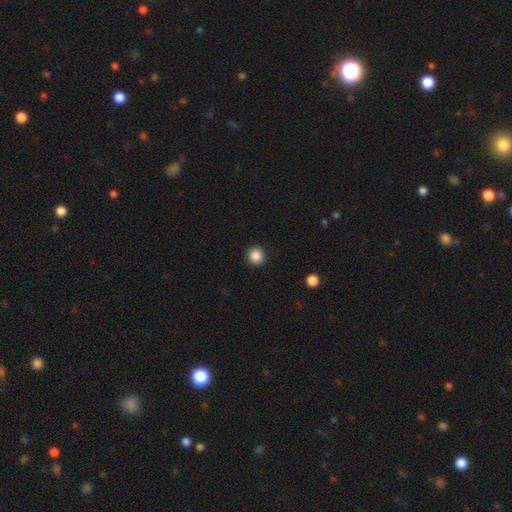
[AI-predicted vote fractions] The model was most divided on "smooth or featured": smooth: 88%, star or artifact: 10%, featured or disk: 3%. More confident: how rounded — round (93%); merging — none (92%).